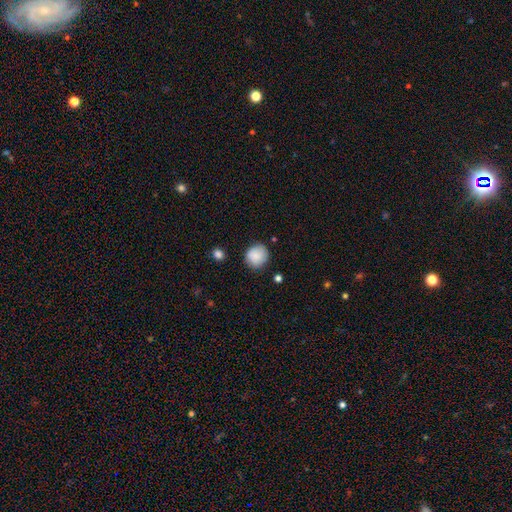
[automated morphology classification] Smooth or featured? smooth (86%)
How rounded? round (87%)
Merging? none (81%)